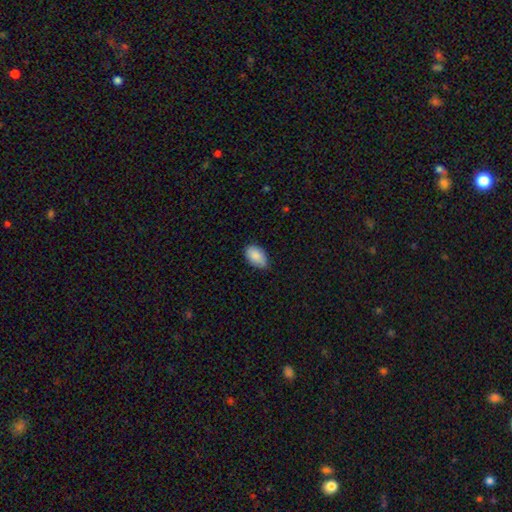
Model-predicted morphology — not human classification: The model was most divided on "merging": none: 72%, minor disturbance: 24%, major disturbance: 3%, merger: 1%. More confident: how rounded — in between (92%); smooth or featured — smooth (88%).